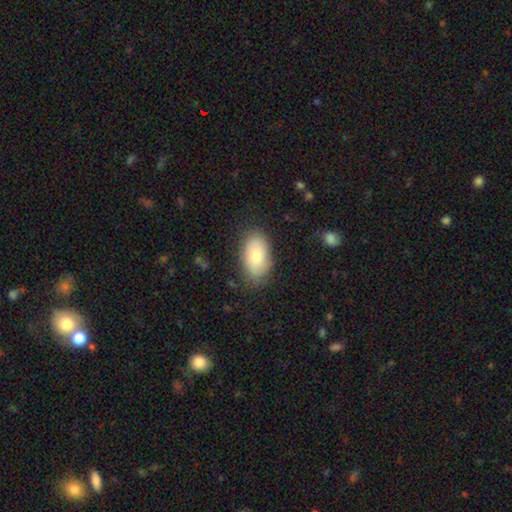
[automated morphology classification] This is likely a smooth galaxy (77%). How rounded: clearly in between (93%). Merging: likely none (80%).